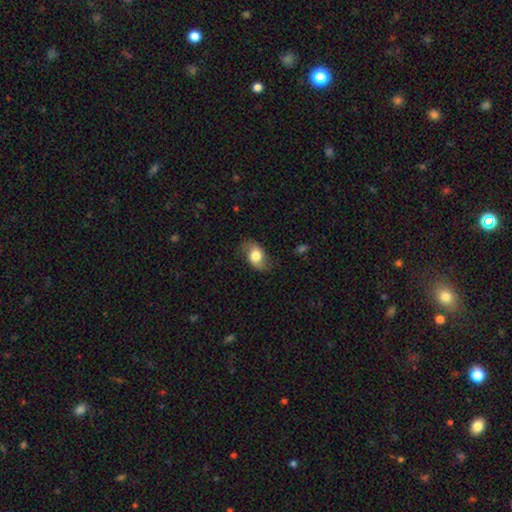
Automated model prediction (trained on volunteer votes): This is possibly a smooth galaxy (53%). How rounded: likely in between (79%). Merging: likely none (72%).